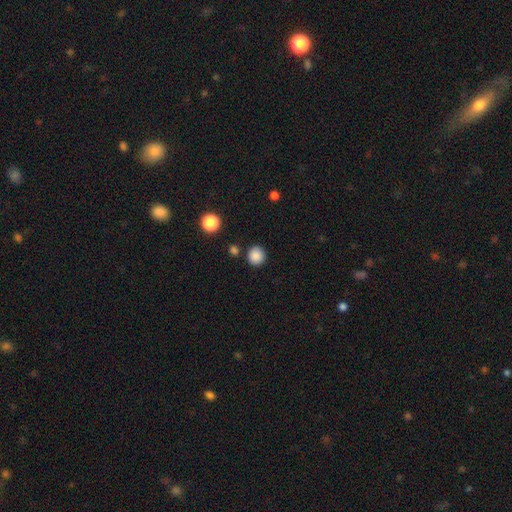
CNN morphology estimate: Overall: smooth (87%). How rounded: round (92%). Merging: none (86%).